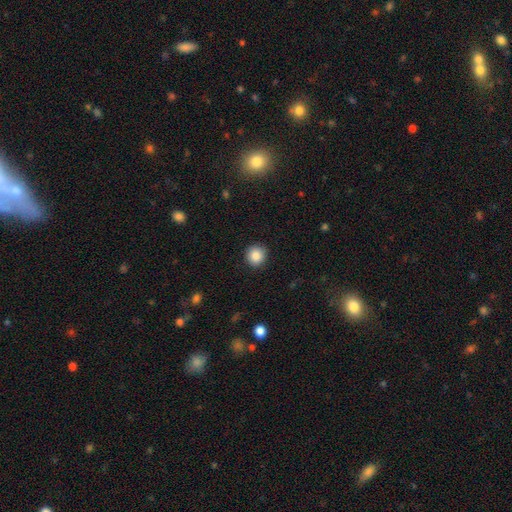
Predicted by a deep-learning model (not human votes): The model was most divided on "smooth or featured": smooth: 87%, star or artifact: 9%, featured or disk: 4%. More confident: how rounded — round (93%); merging — none (90%).